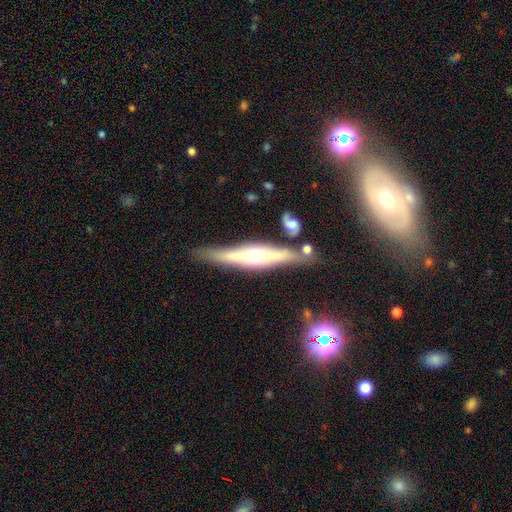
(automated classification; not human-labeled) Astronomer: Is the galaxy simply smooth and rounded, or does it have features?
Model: featured or disk — 72%.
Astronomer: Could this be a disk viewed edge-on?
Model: yes — 93%.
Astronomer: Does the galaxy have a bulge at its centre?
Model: rounded — 82%.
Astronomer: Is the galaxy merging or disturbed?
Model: none — 79%.